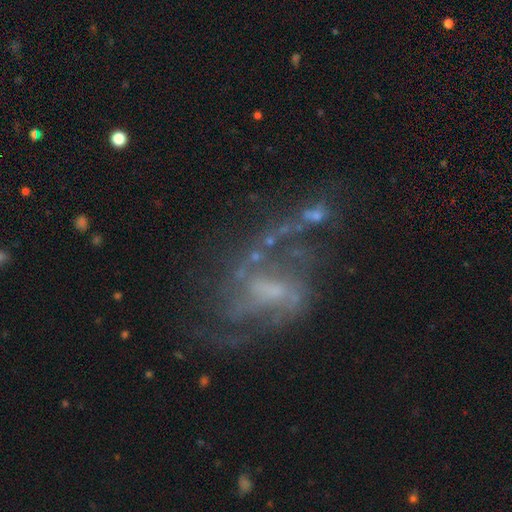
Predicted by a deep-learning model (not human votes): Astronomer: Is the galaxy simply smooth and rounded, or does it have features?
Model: featured or disk — 83%.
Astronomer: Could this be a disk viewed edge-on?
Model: no — 97%.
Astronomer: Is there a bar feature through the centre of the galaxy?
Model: weak — 51% (runner-up: no, 29%).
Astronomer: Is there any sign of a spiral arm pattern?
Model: yes — 91%.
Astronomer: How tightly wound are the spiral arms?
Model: medium — 44% (runner-up: loose, 41%).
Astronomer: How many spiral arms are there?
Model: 2 — 59%.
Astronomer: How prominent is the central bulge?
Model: small — 40% (runner-up: none, 28%).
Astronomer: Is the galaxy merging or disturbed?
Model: none — 50%.